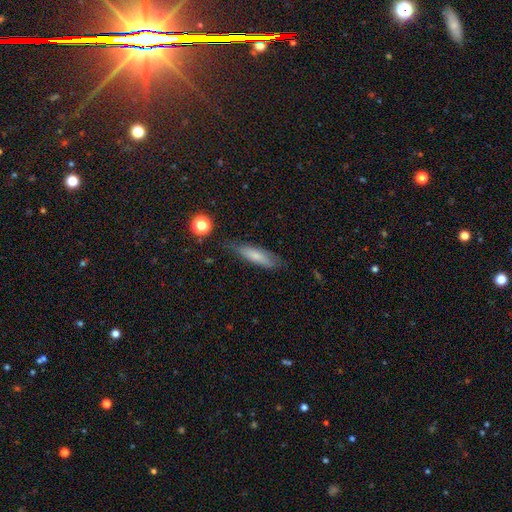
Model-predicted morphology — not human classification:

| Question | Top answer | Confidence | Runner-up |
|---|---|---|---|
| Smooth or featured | smooth | 71% | featured or disk (22%) |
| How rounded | cigar-shaped | 66% | in between (32%) |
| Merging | none | 73% | minor disturbance (20%) |